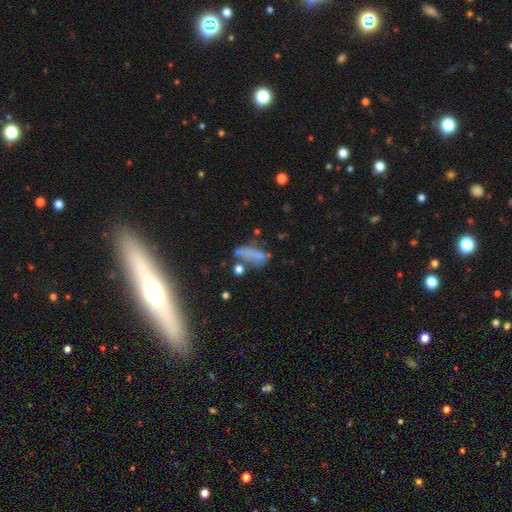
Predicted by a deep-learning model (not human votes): Overall: smooth (55%; featured or disk 24%). How rounded: in between (50%; cigar-shaped 43%). Merging: none (51%; minor disturbance 23%).